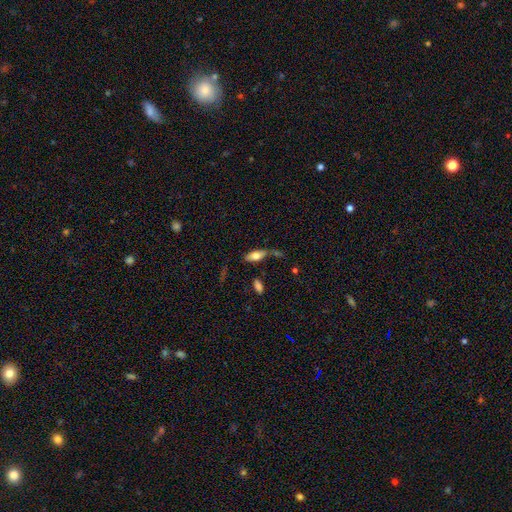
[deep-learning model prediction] Q: Smooth or featured?
A: smooth (73%); runner-up: featured or disk (19%)
Q: How rounded?
A: in between (82%); runner-up: cigar-shaped (15%)
Q: Merging?
A: none (45%); runner-up: minor disturbance (22%)